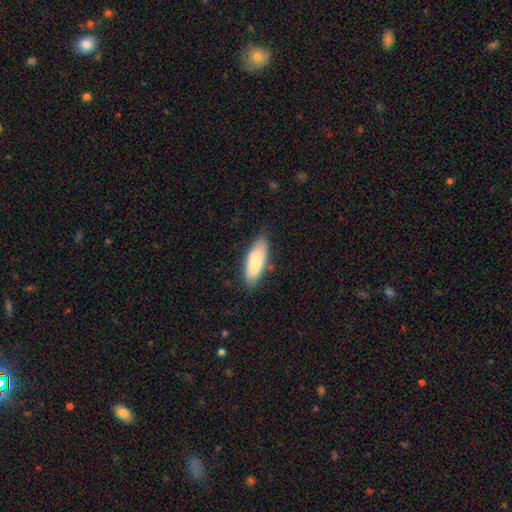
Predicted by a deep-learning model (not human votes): smooth_or_featured: smooth (p=0.80) [alt: featured or disk p=0.14]
how_rounded: in between (p=0.74) [alt: cigar-shaped p=0.24]
merging: none (p=0.78) [alt: minor disturbance p=0.17]